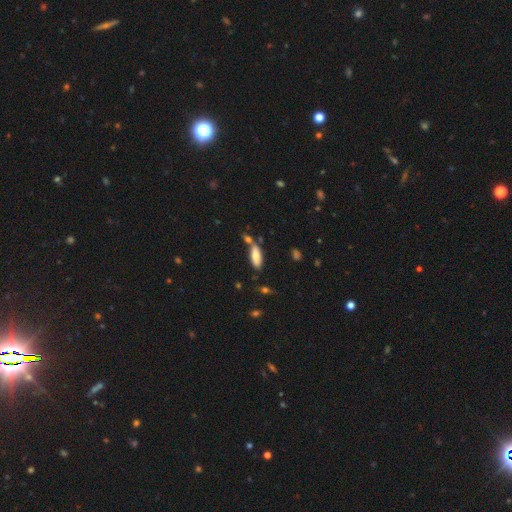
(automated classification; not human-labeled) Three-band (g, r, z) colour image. It shows a smooth galaxy with no disk features (77%) that is in between round and cigar-shaped (67%). Merging: none (60%).